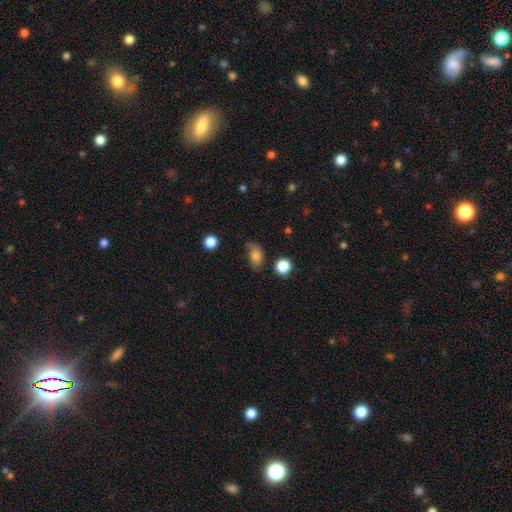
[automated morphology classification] smooth_or_featured: smooth (p=0.78) [alt: featured or disk p=0.11]
how_rounded: in between (p=0.80) [alt: round p=0.18]
merging: none (p=0.56) [alt: minor disturbance p=0.31]